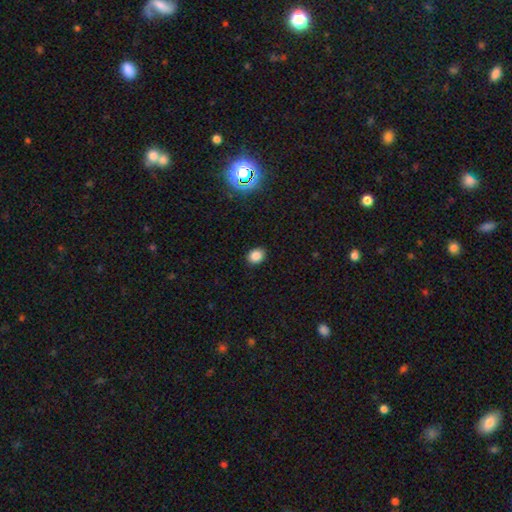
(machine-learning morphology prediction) Overall: smooth (84%). How rounded: round (51%; in between 48%). Merging: none (88%).